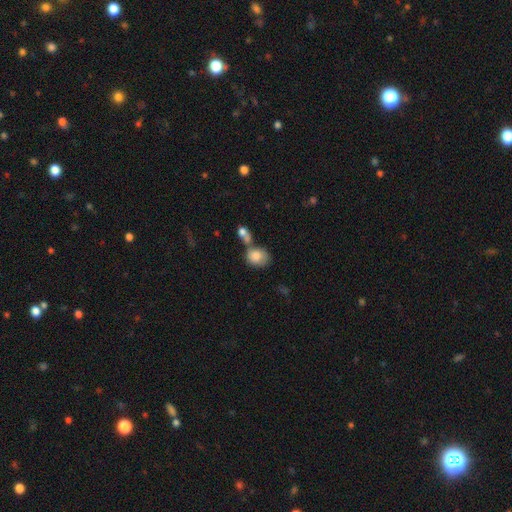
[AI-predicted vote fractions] Q: Smooth or featured?
A: smooth (81%); runner-up: featured or disk (11%)
Q: How rounded?
A: in between (51%); runner-up: round (48%)
Q: Merging?
A: merger (47%); runner-up: none (31%)